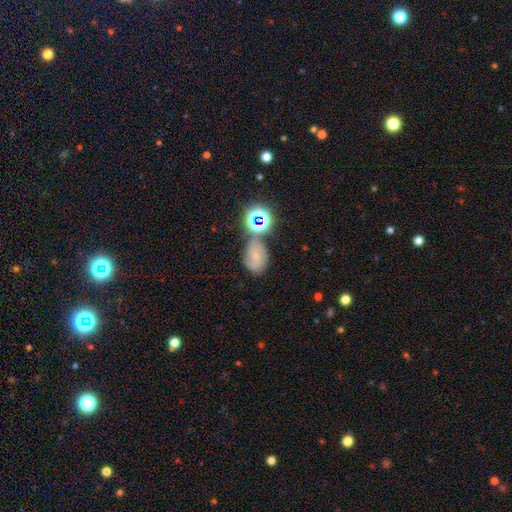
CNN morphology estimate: type=featured or disk (41%); merging=none (54%).